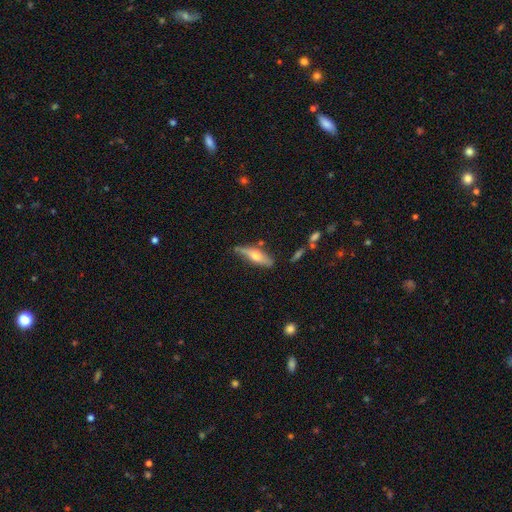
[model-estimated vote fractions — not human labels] Overall: smooth (49%; featured or disk 45%). Merging: none (65%).